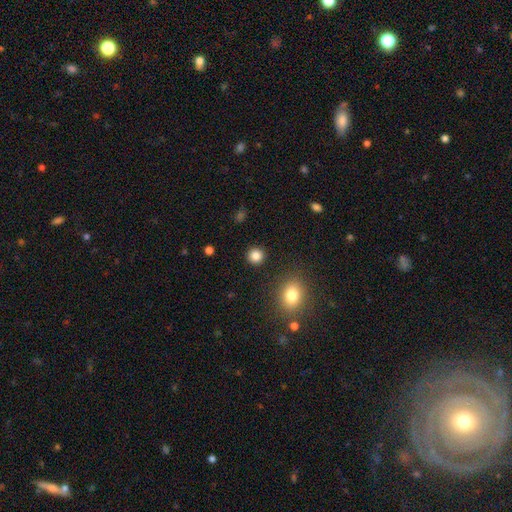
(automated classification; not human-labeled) Smooth or featured?
  - smooth: 85% *
  - star or artifact: 11%
  - featured or disk: 4%
How rounded?
  - round: 92% *
  - in between: 7%
  - cigar-shaped: 1%
Merging?
  - none: 91% *
  - minor disturbance: 5%
  - major disturbance: 2%
  - merger: 2%